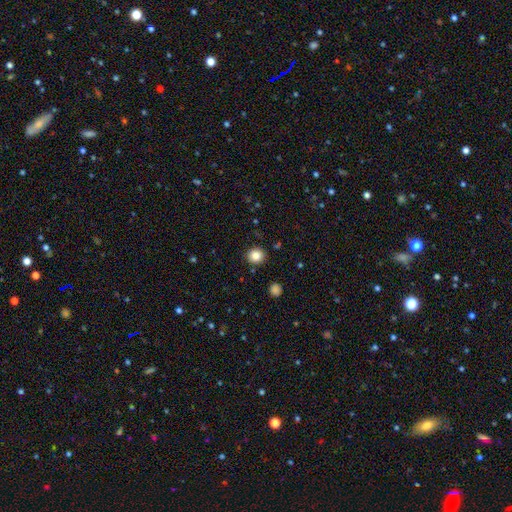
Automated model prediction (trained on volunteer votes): This appears to be a smooth galaxy with no disk features (84%) that is round (89%). Merging: none (90%).